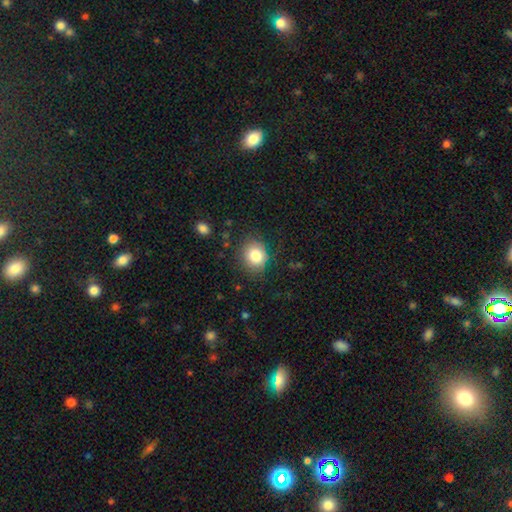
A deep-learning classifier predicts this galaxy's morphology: This is clearly a smooth galaxy (82%). How rounded: likely round (69%). Merging: clearly none (80%).